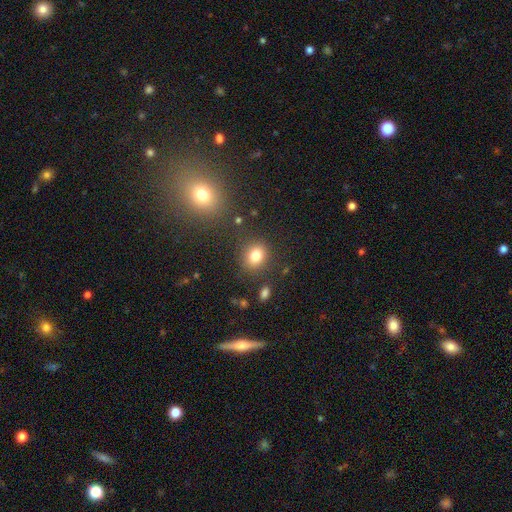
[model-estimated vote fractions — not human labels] smooth-or-featured: smooth: 81% | star or artifact: 12% | featured or disk: 7%
  how-rounded: round: 61% | in between: 38% | cigar-shaped: 1%
  merging: none: 82% | minor disturbance: 10% | merger: 4% | major disturbance: 4%